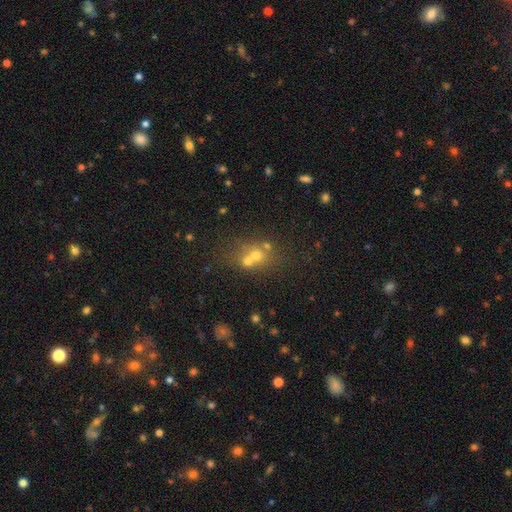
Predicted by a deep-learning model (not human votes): Q: Smooth or featured?
A: smooth (53%); runner-up: star or artifact (23%)
Q: How rounded?
A: round (71%); runner-up: in between (27%)
Q: Merging?
A: merger (49%); runner-up: none (39%)